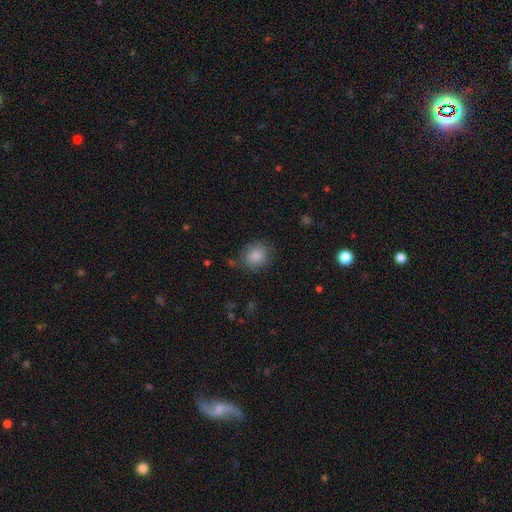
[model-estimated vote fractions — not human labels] This appears to be a smooth galaxy with no disk features (86%) that is round (68%). Merging: none (77%).